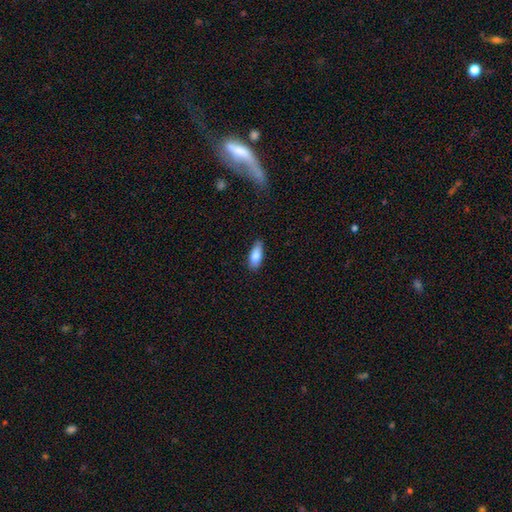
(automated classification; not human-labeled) Smooth or featured? smooth (82%)
How rounded? in between (78%)
Merging? none (79%)